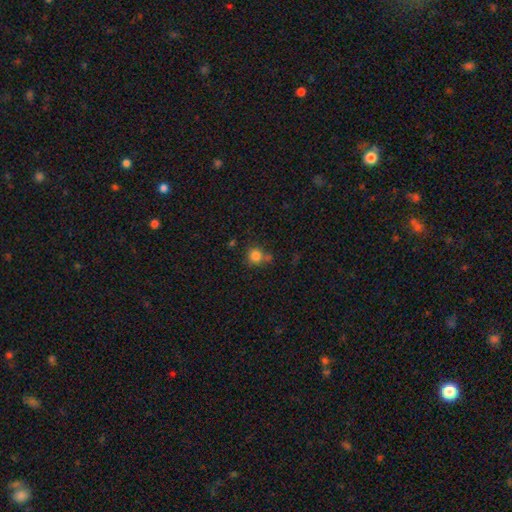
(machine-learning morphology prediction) type=smooth (82%); roundness=round (88%); merging=none (61%).